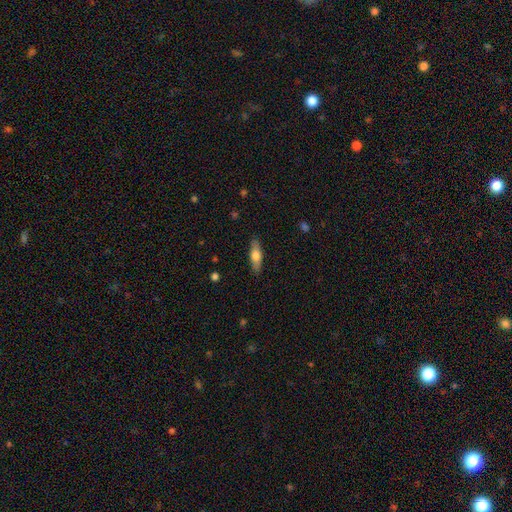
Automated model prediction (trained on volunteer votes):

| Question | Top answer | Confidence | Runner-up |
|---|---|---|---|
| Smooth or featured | smooth | 59% | featured or disk (35%) |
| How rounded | cigar-shaped | 50% | in between (47%) |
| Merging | none | 88% | minor disturbance (9%) |